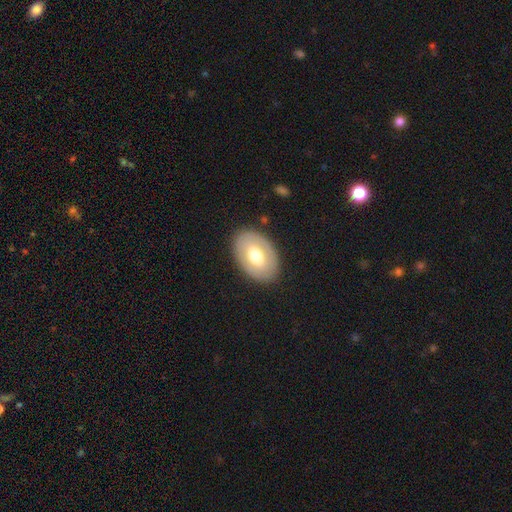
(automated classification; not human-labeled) Smooth or featured? smooth (56%)
How rounded? in between (86%)
Merging? none (86%)